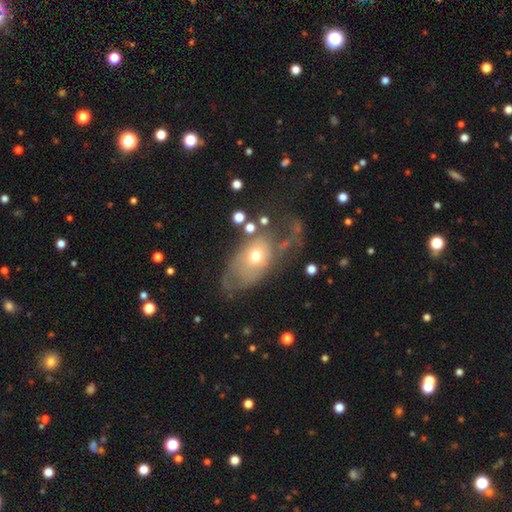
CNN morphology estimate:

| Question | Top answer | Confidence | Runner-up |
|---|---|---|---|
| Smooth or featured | featured or disk | 46% | smooth (44%) |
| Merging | major disturbance | 41% | none (31%) |